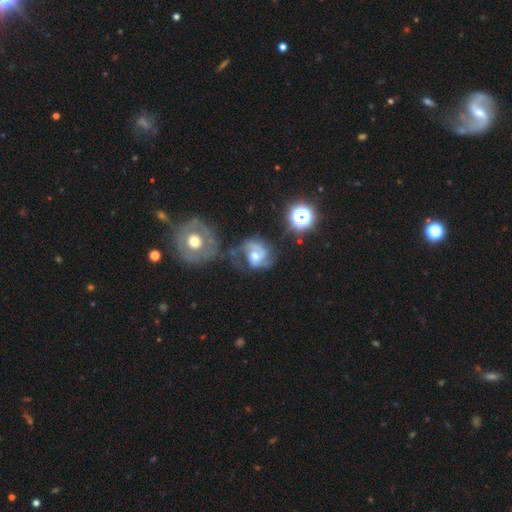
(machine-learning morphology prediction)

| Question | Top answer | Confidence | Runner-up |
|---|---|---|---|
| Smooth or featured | featured or disk | 79% | smooth (14%) |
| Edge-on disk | no | 98% | yes (2%) |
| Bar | no | 56% | weak (35%) |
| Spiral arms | yes | 90% | no (10%) |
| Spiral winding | medium | 48% | loose (26%) |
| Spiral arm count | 2 | 73% | can't tell (10%) |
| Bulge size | moderate | 61% | large (19%) |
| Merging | none | 39% | major disturbance (24%) |